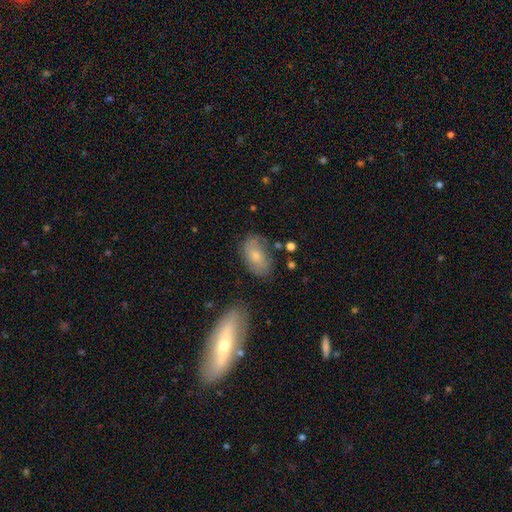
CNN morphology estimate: type=smooth (69%); roundness=in between (91%); merging=none (68%).